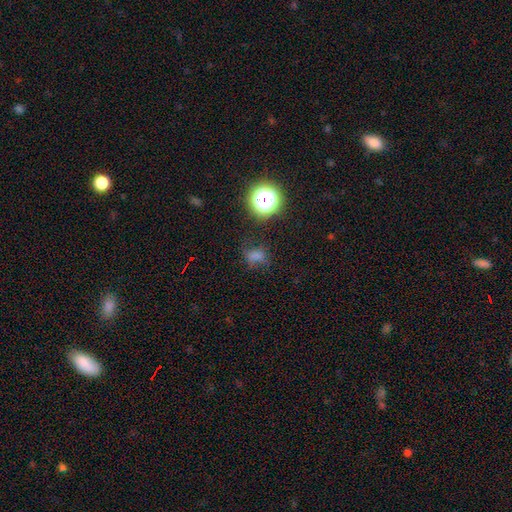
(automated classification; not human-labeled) smooth-or-featured: smooth: 56% | star or artifact: 29% | featured or disk: 14%
  how-rounded: in between: 50% | round: 47% | cigar-shaped: 3%
  merging: none: 58% | minor disturbance: 22% | major disturbance: 15% | merger: 4%